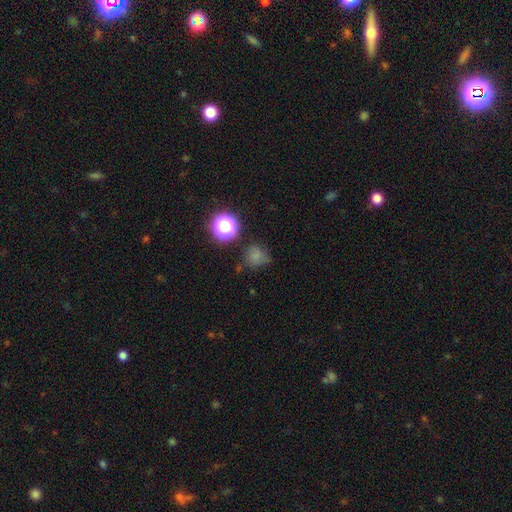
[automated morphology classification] The model was most divided on "merging": none: 63%, minor disturbance: 23%, major disturbance: 9%, merger: 5%. More confident: how rounded — round (83%); smooth or featured — smooth (70%).